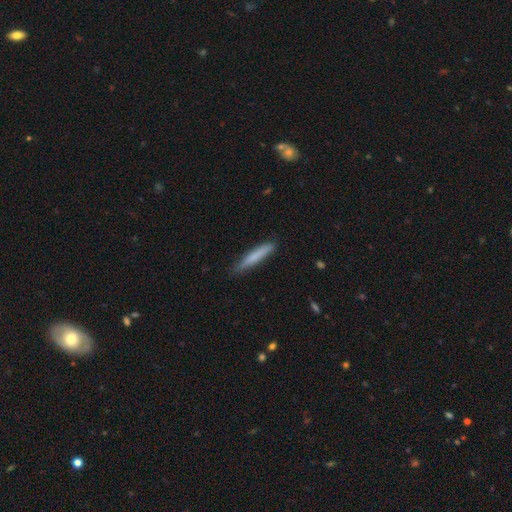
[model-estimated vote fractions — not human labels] Smooth or featured?
  - smooth: 75% *
  - featured or disk: 19%
  - star or artifact: 6%
How rounded?
  - cigar-shaped: 94% *
  - in between: 5%
  - round: 1%
Merging?
  - none: 84% *
  - minor disturbance: 13%
  - major disturbance: 2%
  - merger: 1%